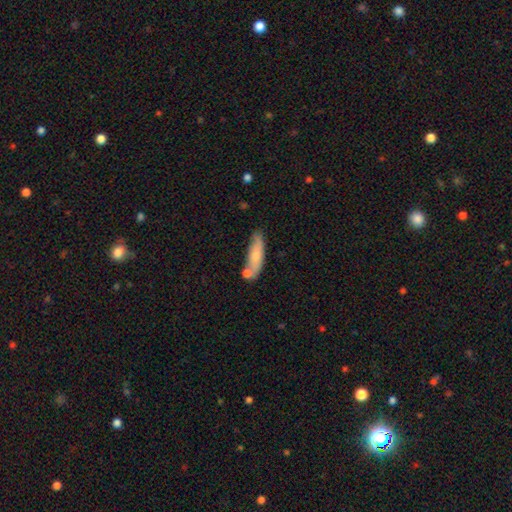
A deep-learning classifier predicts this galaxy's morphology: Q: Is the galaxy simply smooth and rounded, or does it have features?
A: smooth — 74%.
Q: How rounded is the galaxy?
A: cigar-shaped — 58%.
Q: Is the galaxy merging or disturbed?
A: none — 63%.